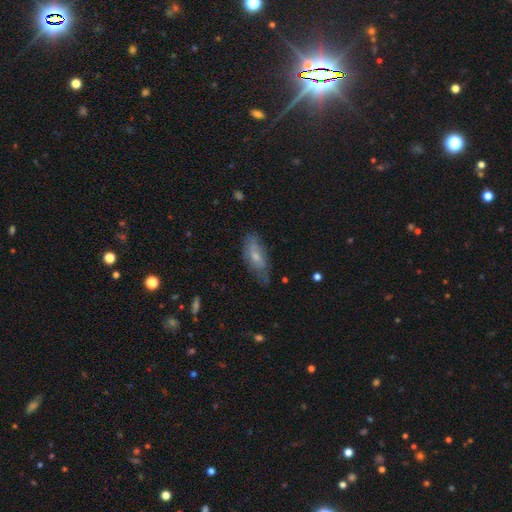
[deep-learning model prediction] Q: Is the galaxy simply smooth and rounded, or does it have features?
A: smooth — 52%.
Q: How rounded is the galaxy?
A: in between — 77%.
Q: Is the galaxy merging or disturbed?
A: none — 60%.